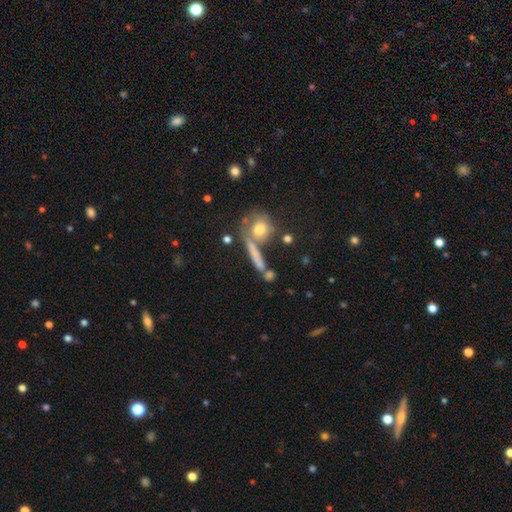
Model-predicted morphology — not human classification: This appears to be a smooth galaxy with no disk features (62%) that is cigar-shaped (60%). Merging: none (59%).